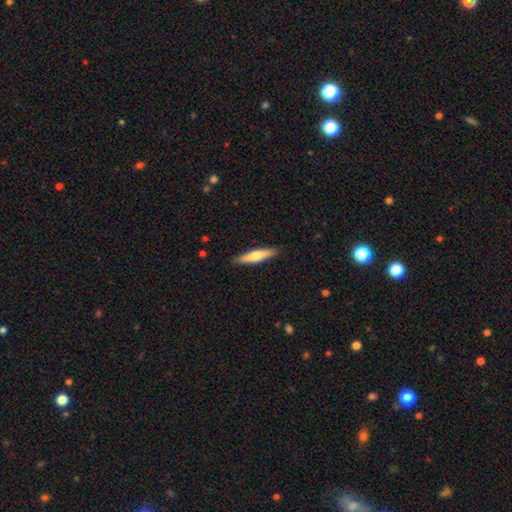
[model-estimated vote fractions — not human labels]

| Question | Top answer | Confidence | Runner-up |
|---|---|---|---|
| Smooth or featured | smooth | 61% | featured or disk (34%) |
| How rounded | cigar-shaped | 83% | in between (16%) |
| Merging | none | 89% | minor disturbance (8%) |